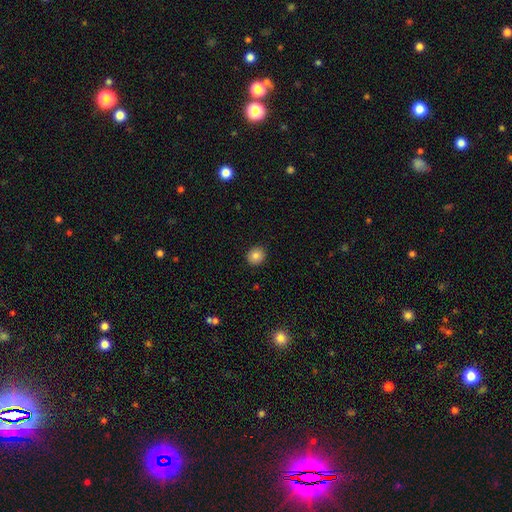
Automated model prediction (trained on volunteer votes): Q: Smooth or featured?
A: smooth (84%); runner-up: star or artifact (10%)
Q: How rounded?
A: round (84%); runner-up: in between (15%)
Q: Merging?
A: none (91%); runner-up: minor disturbance (6%)